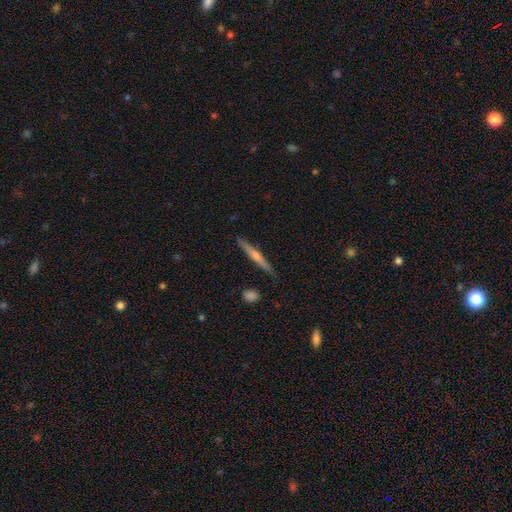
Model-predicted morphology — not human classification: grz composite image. It shows a featured or disk galaxy (69%) viewed edge-on (98%) with a rounded central bulge (77%). Merging: none (90%).